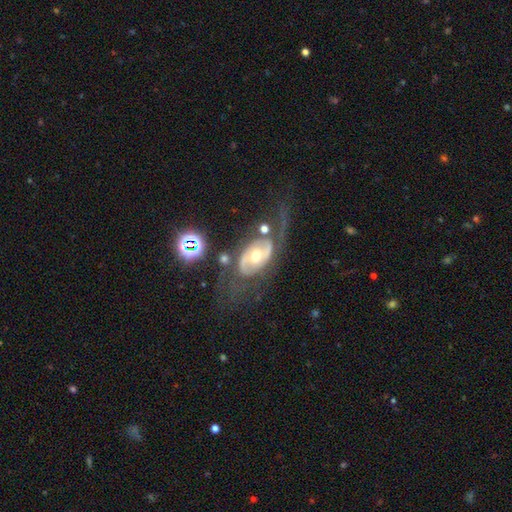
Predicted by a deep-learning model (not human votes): This appears to be a featured or disk galaxy (81%) with no bar (55%), 2 (82%) medium (41%) spiral arms (78%) and a moderate central bulge (72%). Merging: none (49%).